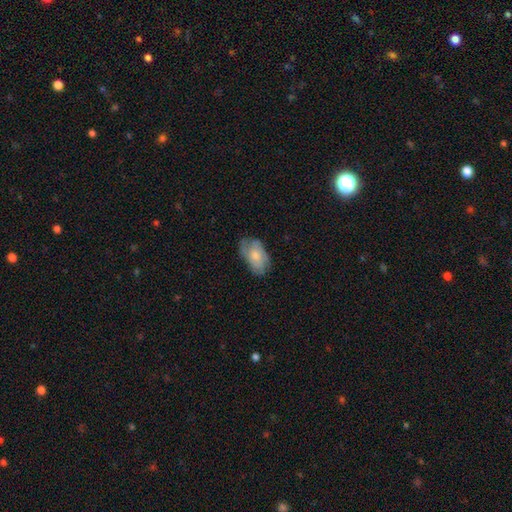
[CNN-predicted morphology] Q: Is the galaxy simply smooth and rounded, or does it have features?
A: smooth — 51%.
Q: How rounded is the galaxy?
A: in between — 91%.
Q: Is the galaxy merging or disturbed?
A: none — 62%.